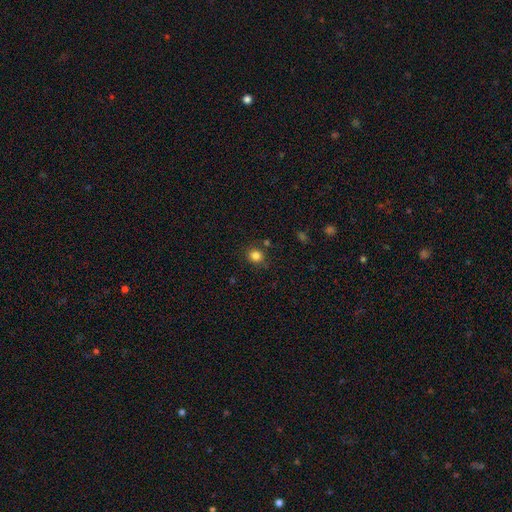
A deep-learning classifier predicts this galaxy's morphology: Q: Smooth or featured?
A: smooth (83%); runner-up: star or artifact (12%)
Q: How rounded?
A: round (82%); runner-up: in between (17%)
Q: Merging?
A: none (82%); runner-up: minor disturbance (11%)